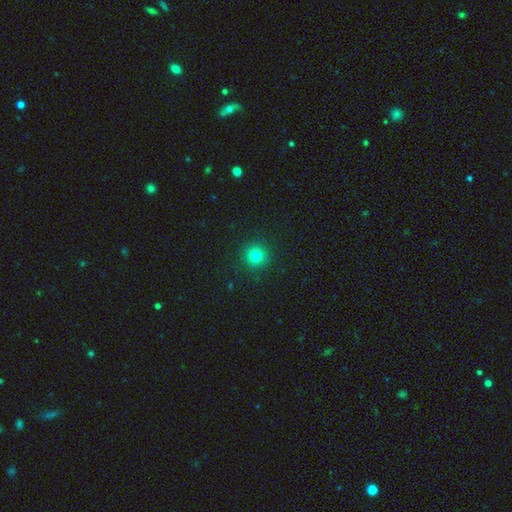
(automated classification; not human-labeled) Q: Smooth or featured?
A: smooth (80%); runner-up: star or artifact (14%)
Q: How rounded?
A: round (95%); runner-up: in between (4%)
Q: Merging?
A: none (92%); runner-up: minor disturbance (5%)